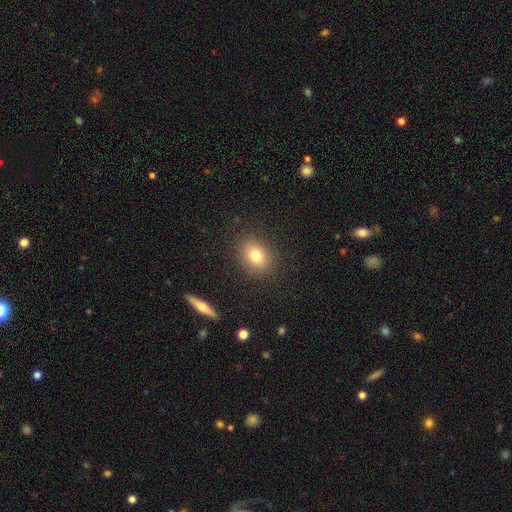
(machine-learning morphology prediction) Smooth or featured? Predicted: smooth (p=0.77). How rounded? Predicted: in between (p=0.55). Merging? Predicted: none (p=0.86).